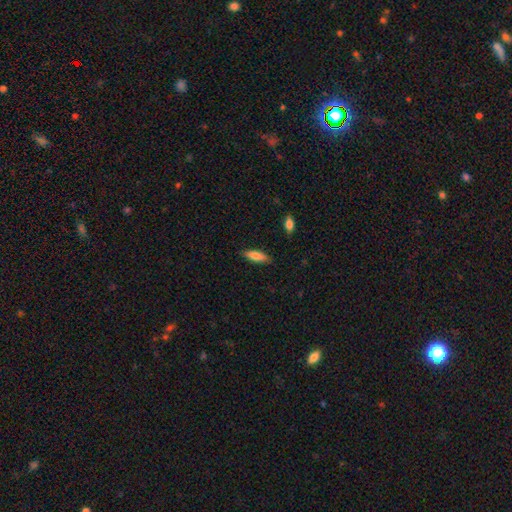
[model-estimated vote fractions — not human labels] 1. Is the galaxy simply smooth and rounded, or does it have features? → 77% smooth, 17% featured or disk, 6% star or artifact.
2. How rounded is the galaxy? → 49% cigar-shaped (tied), 49% in between (tied), 2% round.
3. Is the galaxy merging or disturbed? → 85% none, 11% minor disturbance, 2% major disturbance, 1% merger.